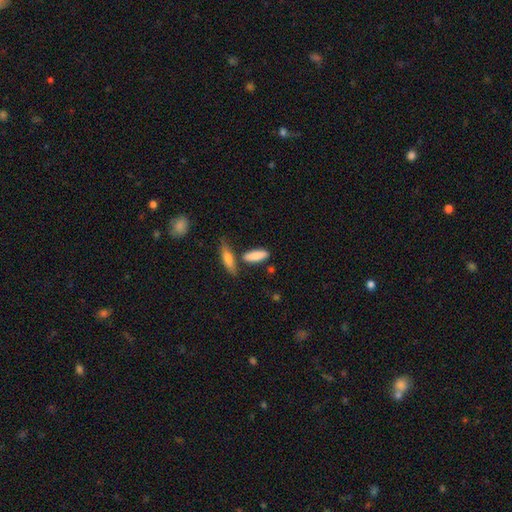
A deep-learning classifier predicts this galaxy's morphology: Q: Smooth or featured?
A: smooth (83%); runner-up: featured or disk (11%)
Q: How rounded?
A: in between (61%); runner-up: cigar-shaped (37%)
Q: Merging?
A: none (65%); runner-up: merger (17%)